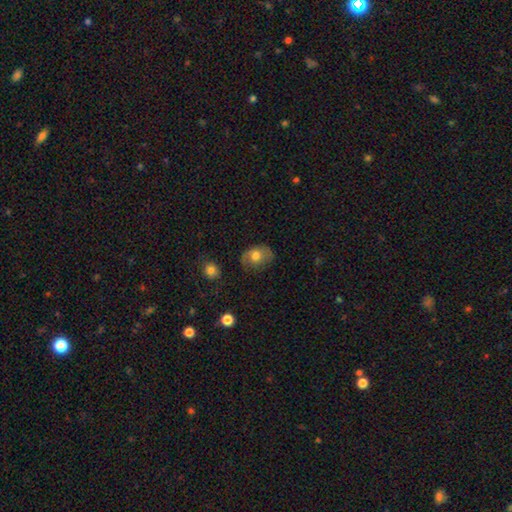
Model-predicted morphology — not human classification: This appears to be a smooth galaxy with no disk features (59%) that is in between round and cigar-shaped (58%). Merging: none (60%).